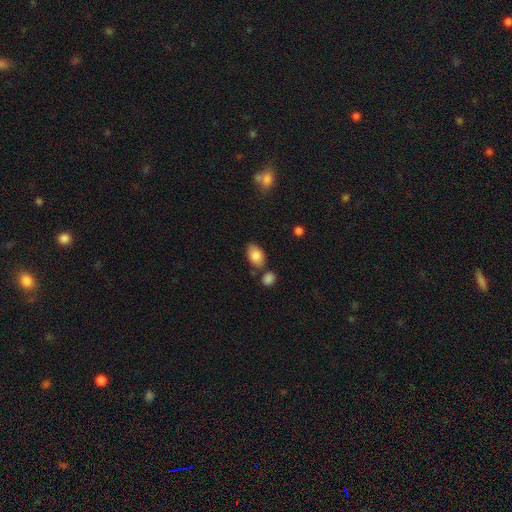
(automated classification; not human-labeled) smooth 84%, featured or disk 9%, star or artifact 7%. Down the decision tree: how rounded — in between (90%); merging — none (71%).